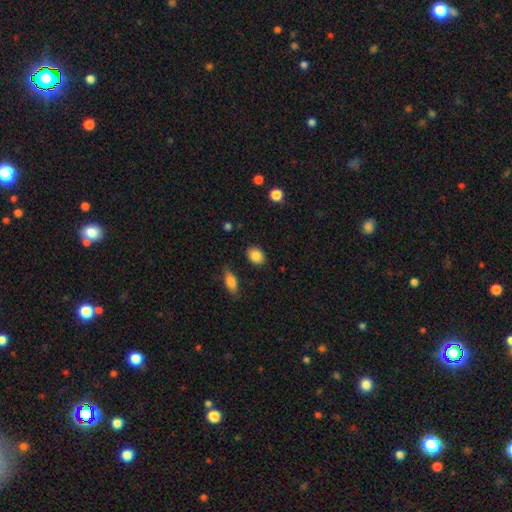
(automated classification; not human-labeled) smooth_or_featured: smooth (p=0.86) [alt: star or artifact p=0.08]
how_rounded: in between (p=0.62) [alt: round p=0.36]
merging: none (p=0.86) [alt: minor disturbance p=0.09]